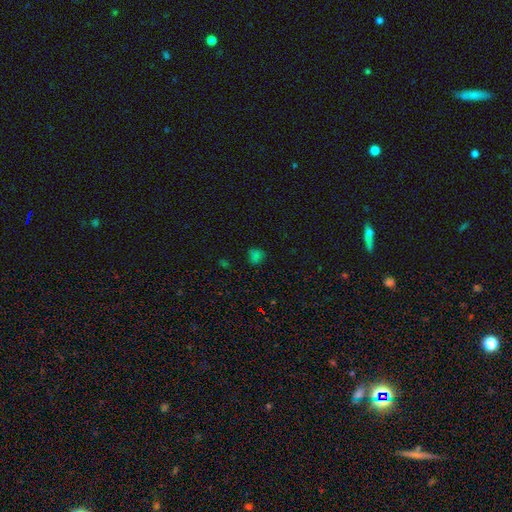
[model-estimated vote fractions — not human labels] A smooth galaxy with no disk features (66%) that is round (74%).

Vote fractions:
- Smooth or featured? smooth: 66% / star or artifact: 29% / featured or disk: 5%
- How rounded? round: 74% / in between: 25% / cigar-shaped: 1%
- Merging? none: 77% / minor disturbance: 15% / major disturbance: 4% / merger: 3%